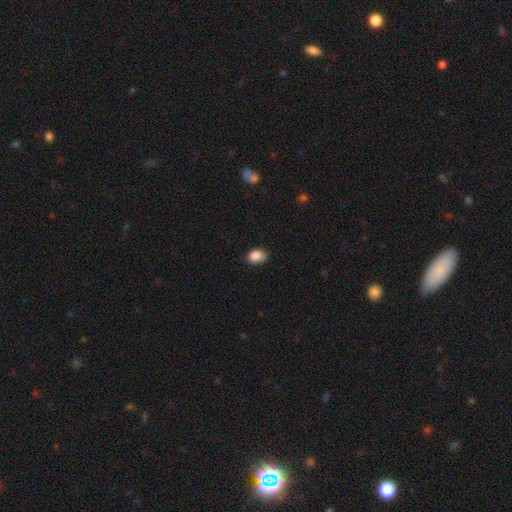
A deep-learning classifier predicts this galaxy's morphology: Q: Smooth or featured?
A: smooth (87%); runner-up: star or artifact (9%)
Q: How rounded?
A: in between (70%); runner-up: round (29%)
Q: Merging?
A: none (74%); runner-up: minor disturbance (22%)